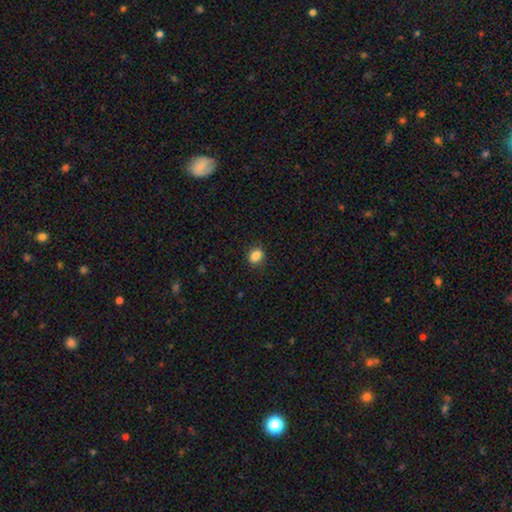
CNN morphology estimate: This is clearly a smooth galaxy (86%). How rounded: likely in between (61%). Merging: clearly none (86%).